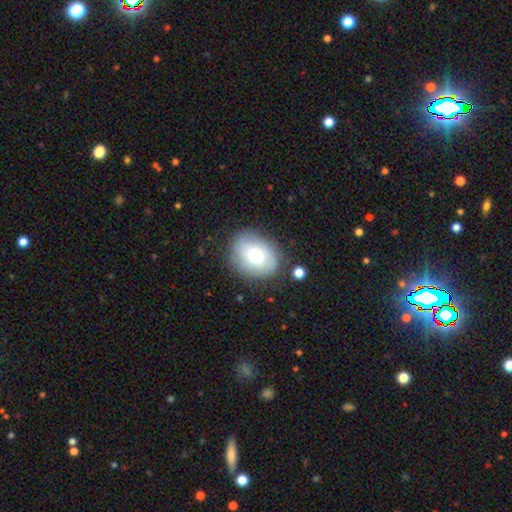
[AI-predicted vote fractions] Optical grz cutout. It shows a smooth galaxy with no disk features (62%) that is in between round and cigar-shaped (52%). Merging: none (77%).